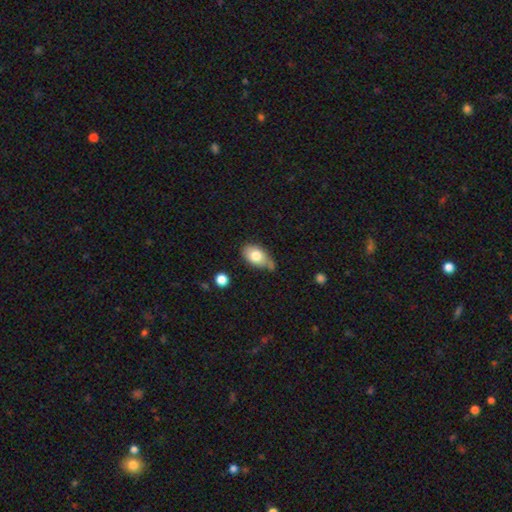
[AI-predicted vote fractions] A smooth galaxy with no disk features (78%) that is in between round and cigar-shaped (88%).

Vote fractions:
- Smooth or featured? smooth: 78% / featured or disk: 15% / star or artifact: 7%
- How rounded? in between: 88% / round: 10% / cigar-shaped: 2%
- Merging? none: 55% / minor disturbance: 28% / merger: 11% / major disturbance: 7%